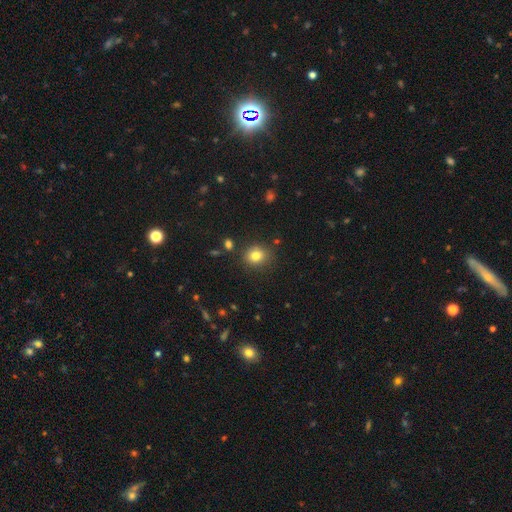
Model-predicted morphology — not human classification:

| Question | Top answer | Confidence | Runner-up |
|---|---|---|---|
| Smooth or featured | smooth | 80% | star or artifact (12%) |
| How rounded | round | 68% | in between (31%) |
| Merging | none | 83% | minor disturbance (11%) |